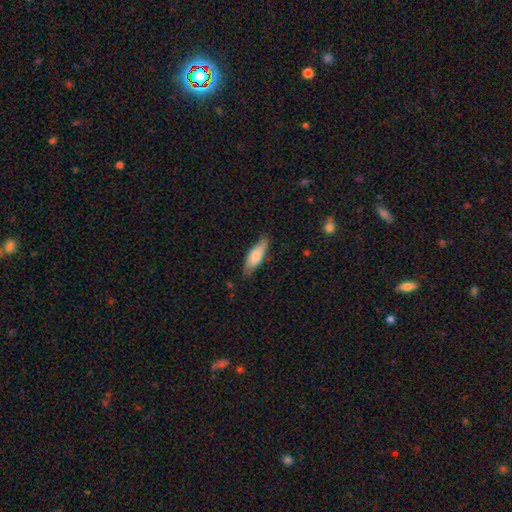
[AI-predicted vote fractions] A smooth galaxy with no disk features (78%) that is in between round and cigar-shaped (52%). Merging: none (79%).